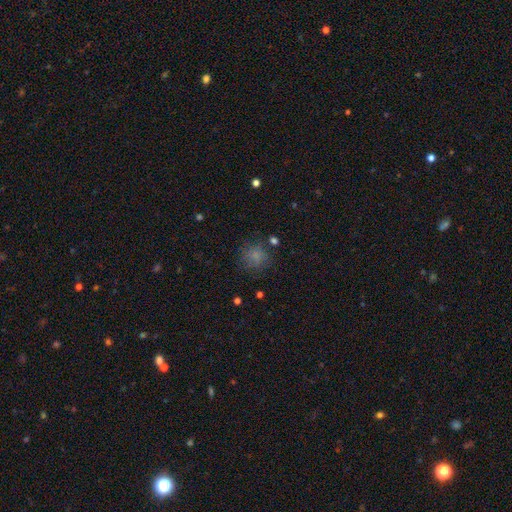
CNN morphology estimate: smooth 74%, star or artifact 16%, featured or disk 10%. Down the decision tree: how rounded — round (83%); merging — none (70%).